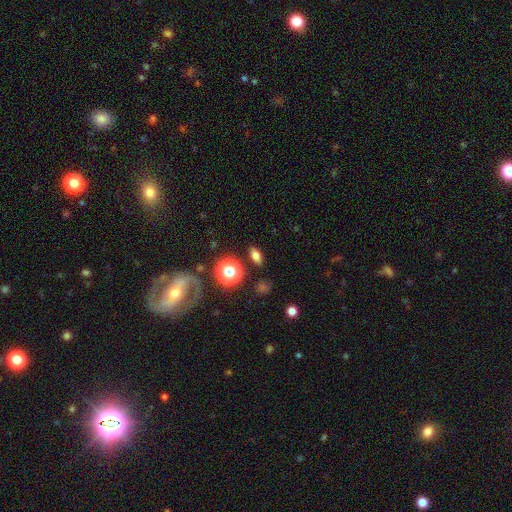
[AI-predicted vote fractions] This appears to be a smooth galaxy with no disk features (67%) that is in between round and cigar-shaped (71%). Merging: none (87%).